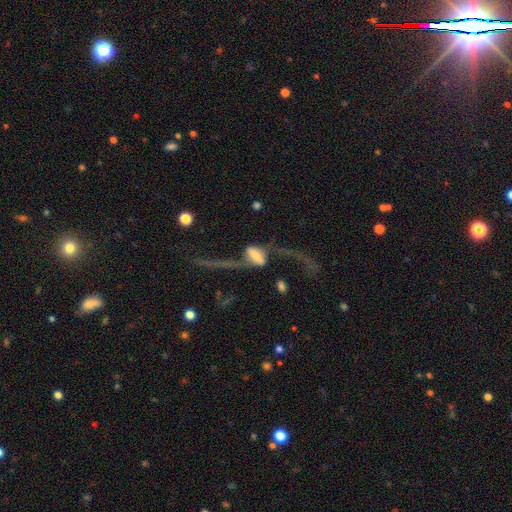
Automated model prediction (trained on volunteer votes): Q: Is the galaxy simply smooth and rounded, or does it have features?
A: featured or disk — 76%.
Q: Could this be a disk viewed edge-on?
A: no — 82%.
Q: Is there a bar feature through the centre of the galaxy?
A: strong — 41%.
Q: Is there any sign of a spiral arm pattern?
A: yes — 81%.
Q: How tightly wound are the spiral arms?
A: loose — 92%.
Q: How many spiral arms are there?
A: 2 — 90%.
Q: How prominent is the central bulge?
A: moderate — 34%.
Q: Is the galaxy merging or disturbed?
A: major disturbance — 40%.